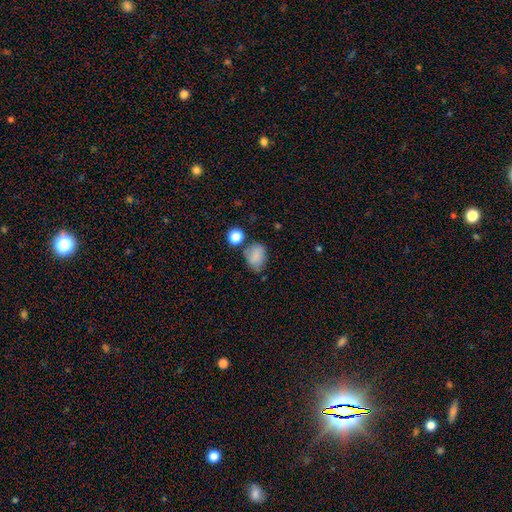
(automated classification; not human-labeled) smooth 81%, star or artifact 10%, featured or disk 9%. Down the decision tree: how rounded — in between (66%); merging — none (61%).